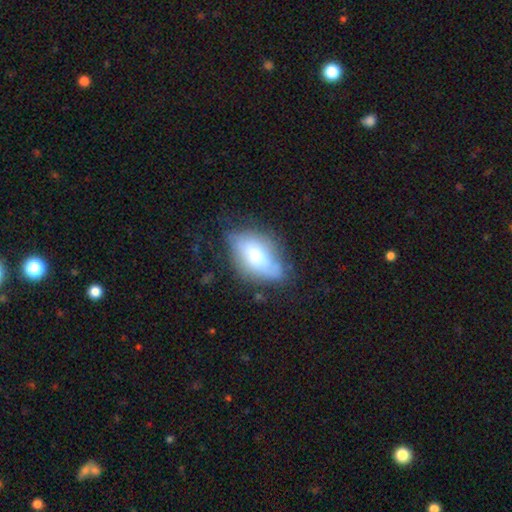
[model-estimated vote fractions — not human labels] This appears to be a smooth galaxy with no disk features (58%) that is in between round and cigar-shaped (89%). Merging: none (53%).